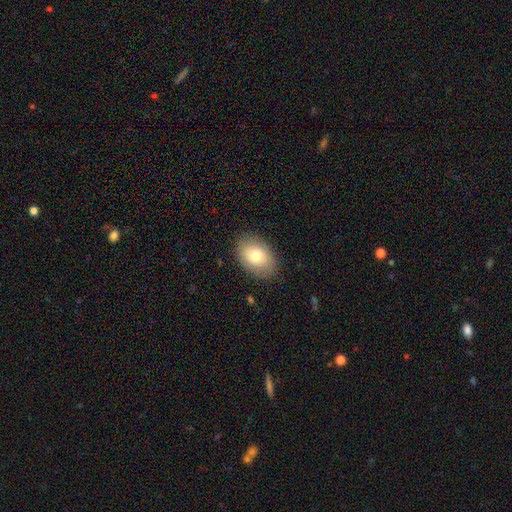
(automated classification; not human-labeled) This is likely a smooth galaxy (77%). How rounded: clearly in between (82%). Merging: clearly none (85%).